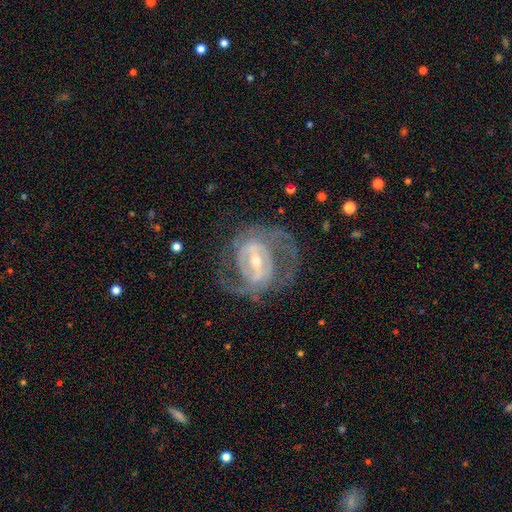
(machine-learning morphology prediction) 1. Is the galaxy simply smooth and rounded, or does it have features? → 86% featured or disk, 8% smooth, 7% star or artifact.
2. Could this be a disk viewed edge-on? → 96% no, 4% yes.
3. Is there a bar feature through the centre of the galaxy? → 41% strong, 39% weak, 20% no.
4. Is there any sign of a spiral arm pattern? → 91% yes, 9% no.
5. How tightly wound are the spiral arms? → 44% tight (tied), 44% medium (tied), 12% loose.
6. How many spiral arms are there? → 63% 2, 17% can't tell, 9% 3, 4% 1, 3% 4, 3% more than 4.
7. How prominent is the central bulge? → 56% small, 38% moderate, 3% large, 2% none, 1% dominant.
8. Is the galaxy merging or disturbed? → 70% none, 15% major disturbance, 14% minor disturbance, 1% merger.